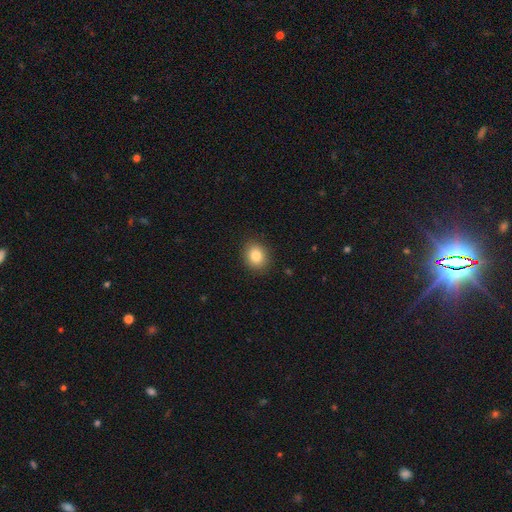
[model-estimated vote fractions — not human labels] This appears to be a smooth galaxy with no disk features (84%) that is round (61%). Merging: none (89%).